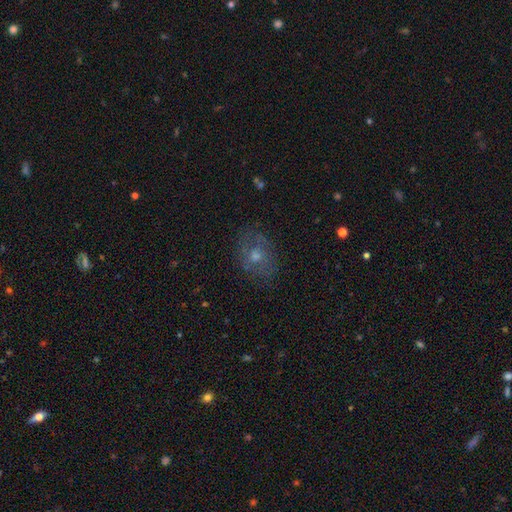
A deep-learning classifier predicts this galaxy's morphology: Smooth or featured: featured or disk — 43% (smooth — 40%)
Merging: none — 75% (minor disturbance — 17%)